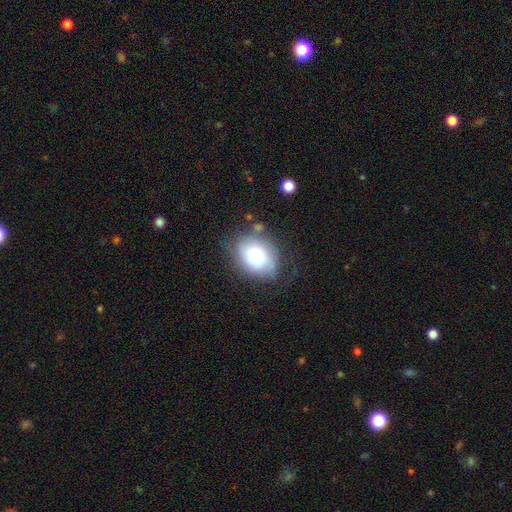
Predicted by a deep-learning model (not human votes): This appears to be a smooth galaxy with no disk features (65%) that is in between round and cigar-shaped (57%). Merging: none (52%).